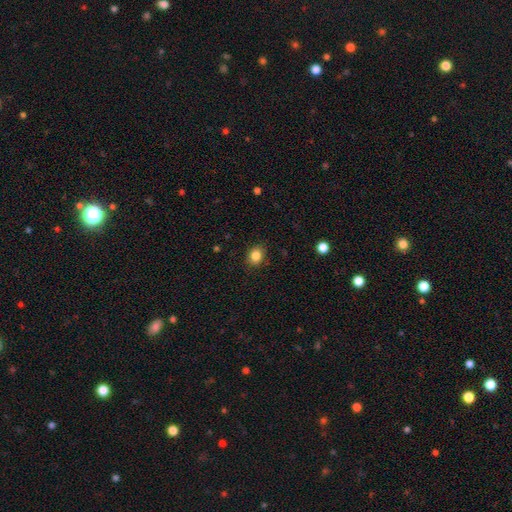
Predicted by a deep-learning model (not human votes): A smooth galaxy with no disk features (85%) that is round (51%). Merging: none (86%).